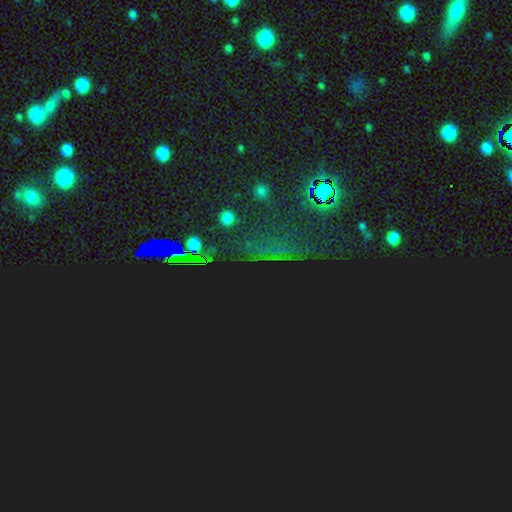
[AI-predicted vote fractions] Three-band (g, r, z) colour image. It shows a star or artifact, not a galaxy (79%).